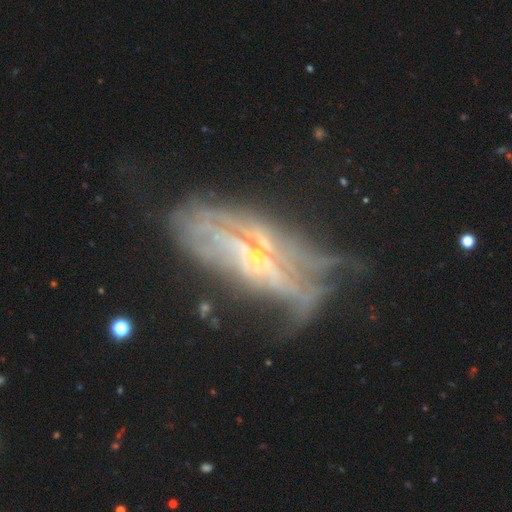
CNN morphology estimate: Smooth or featured? featured or disk (74%)
Edge-on disk? no (65%)
Merging? major disturbance (35%)